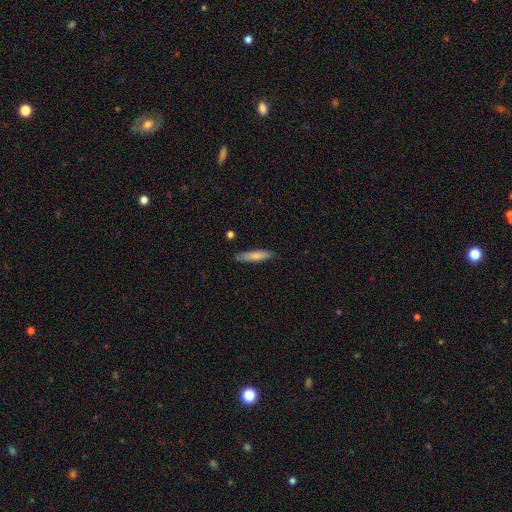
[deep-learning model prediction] smooth-or-featured: smooth: 77% | featured or disk: 16% | star or artifact: 6%
  how-rounded: cigar-shaped: 78% | in between: 20% | round: 1%
  merging: none: 84% | minor disturbance: 12% | major disturbance: 2% | merger: 2%